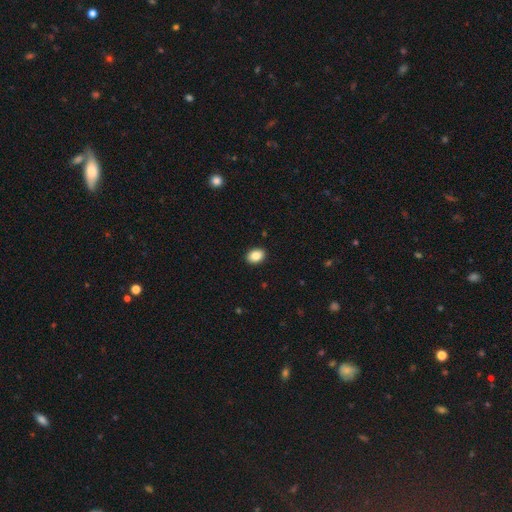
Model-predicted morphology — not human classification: Overall: smooth (87%). How rounded: in between (76%). Merging: none (91%).